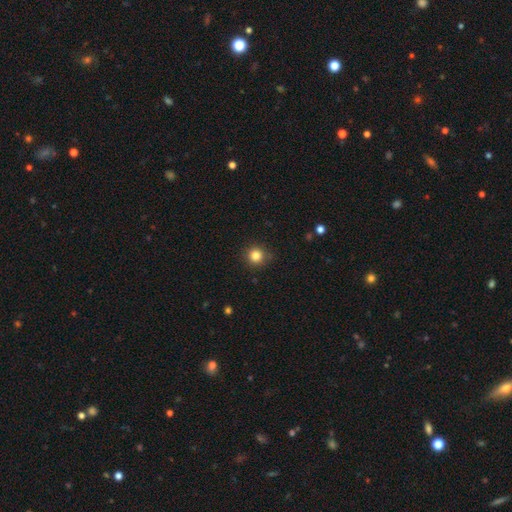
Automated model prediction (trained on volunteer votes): The model was most divided on "smooth or featured": smooth: 83%, star or artifact: 12%, featured or disk: 5%. More confident: how rounded — round (93%); merging — none (88%).